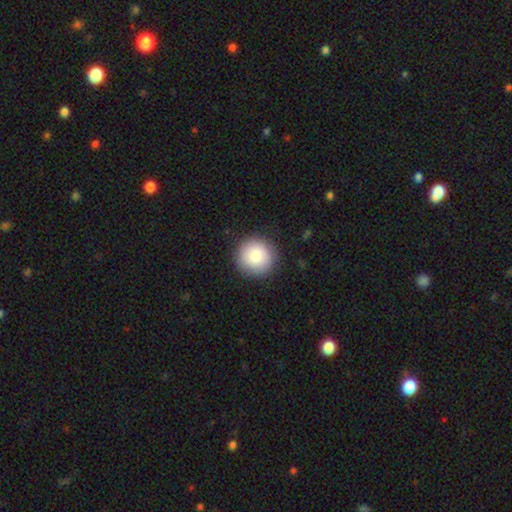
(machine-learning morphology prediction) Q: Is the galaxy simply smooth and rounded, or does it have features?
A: smooth — 85%.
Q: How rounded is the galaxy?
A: round — 95%.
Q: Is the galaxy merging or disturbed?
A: none — 90%.